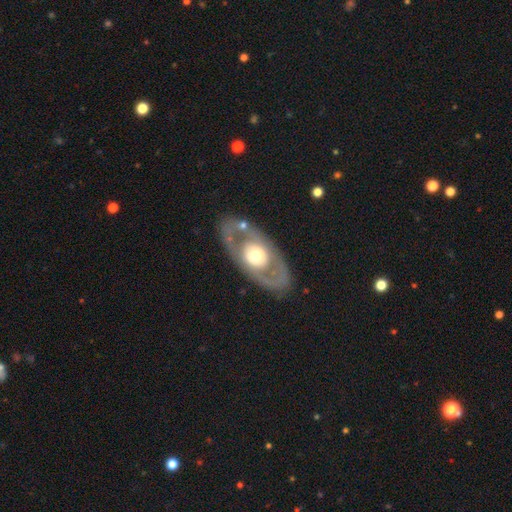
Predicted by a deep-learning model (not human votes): smooth_or_featured: featured or disk (p=0.63) [alt: smooth p=0.31]
disk_edge_on: no (p=0.88) [alt: yes p=0.12]
bar: no (p=0.86) [alt: weak p=0.10]
has_spiral_arms: no (p=0.83) [alt: yes p=0.17]
bulge_size: moderate (p=0.59) [alt: large p=0.26]
merging: none (p=0.79) [alt: minor disturbance p=0.11]